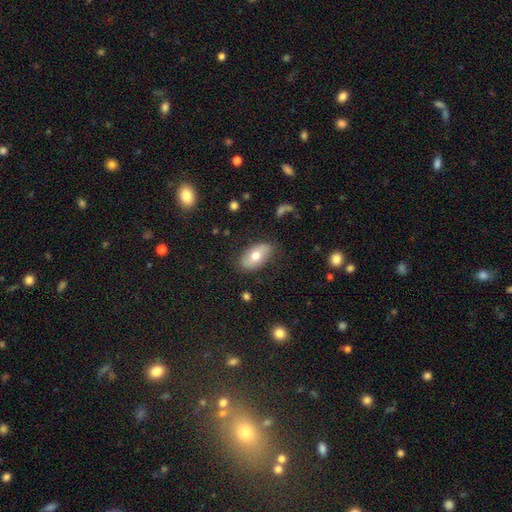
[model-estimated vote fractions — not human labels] Morphology: type=smooth (62%); roundness=in between (92%); merging=none (80%).